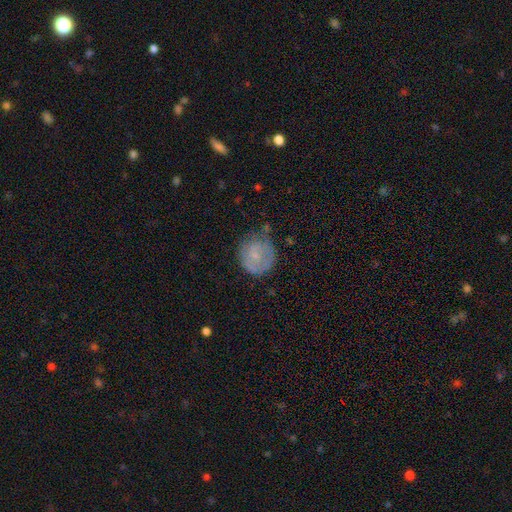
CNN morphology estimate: This is possibly a smooth galaxy (55%). How rounded: clearly round (83%). Merging: possibly none (55%).